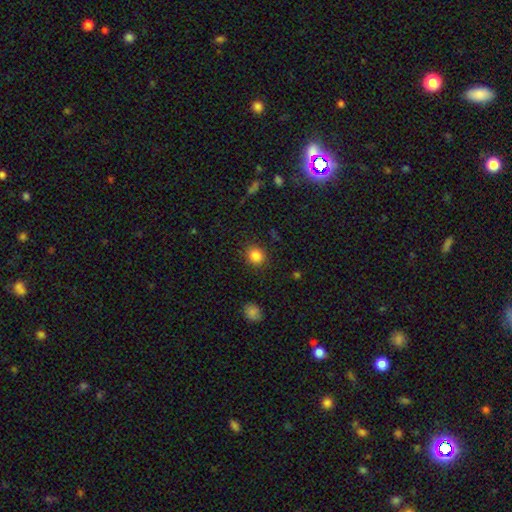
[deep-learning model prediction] Smooth or featured: smooth — 85% (star or artifact — 10%)
How rounded: round — 74% (in between — 25%)
Merging: none — 87% (minor disturbance — 9%)